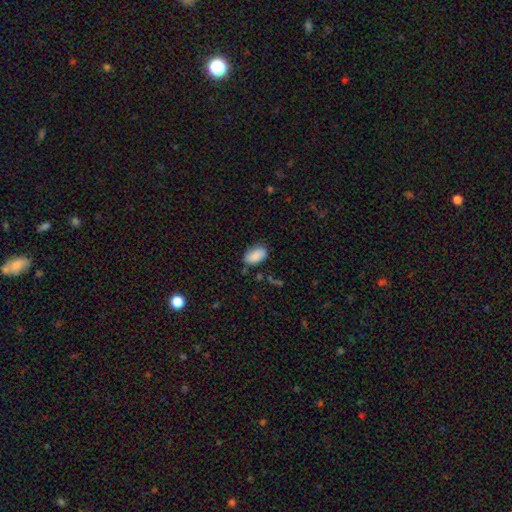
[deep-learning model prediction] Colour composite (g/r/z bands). It shows a smooth galaxy with no disk features (87%) that is in between round and cigar-shaped (93%). Merging: none (75%).